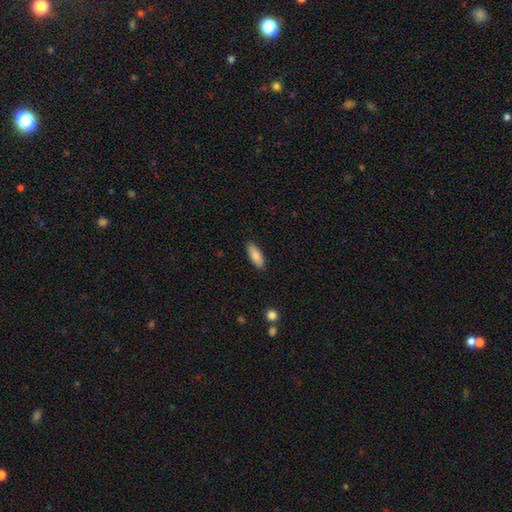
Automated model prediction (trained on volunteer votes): Smooth or featured? Predicted: smooth (p=0.85). How rounded? Predicted: in between (p=0.64). Merging? Predicted: none (p=0.88).